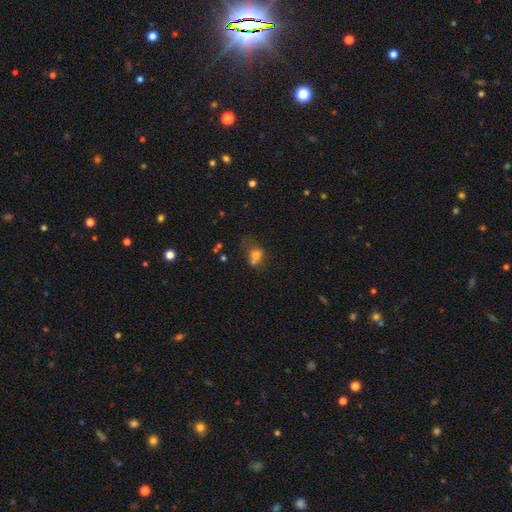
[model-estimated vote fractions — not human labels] A smooth galaxy with no disk features (71%) that is round (50%). Merging: none (37%).